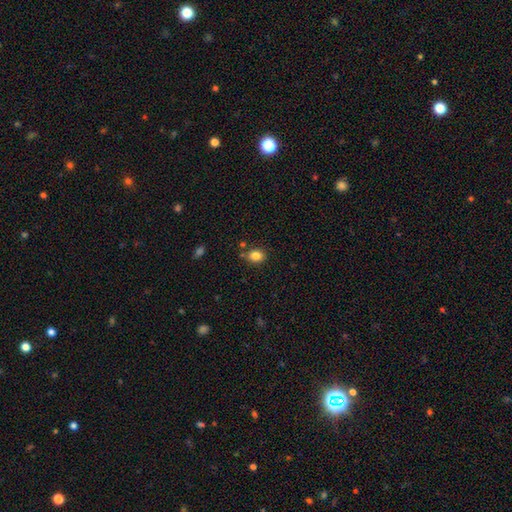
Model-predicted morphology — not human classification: A smooth galaxy with no disk features (83%) that is round (51%).

Vote fractions:
- Smooth or featured? smooth: 83% / star or artifact: 11% / featured or disk: 6%
- How rounded? round: 51% / in between: 48% / cigar-shaped: 1%
- Merging? none: 79% / minor disturbance: 12% / merger: 7% / major disturbance: 3%